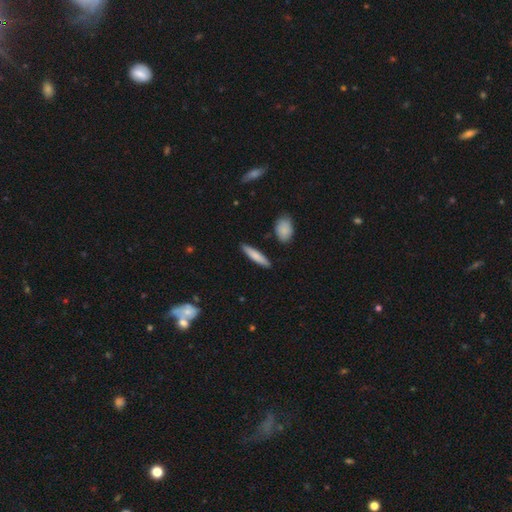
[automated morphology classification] type=smooth (77%); roundness=cigar-shaped (84%); merging=none (89%).